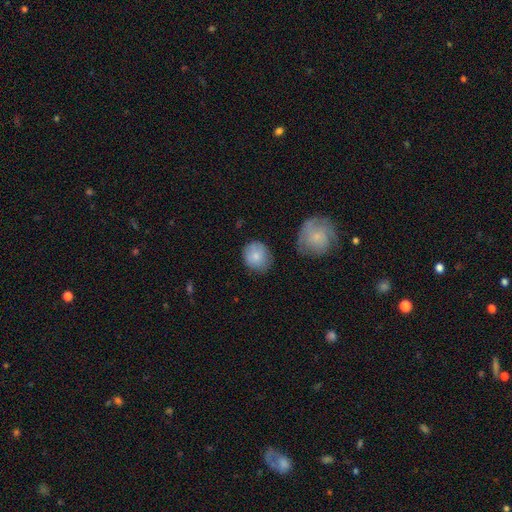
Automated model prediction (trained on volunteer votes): This appears to be a smooth galaxy with no disk features (80%) that is round (78%). Merging: none (72%).